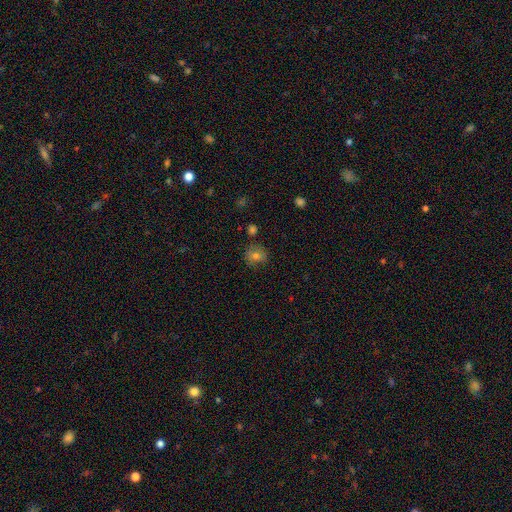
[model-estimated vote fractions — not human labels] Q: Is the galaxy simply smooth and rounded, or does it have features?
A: smooth — 71%.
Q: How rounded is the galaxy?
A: round — 75%.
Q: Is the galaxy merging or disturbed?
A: none — 79%.